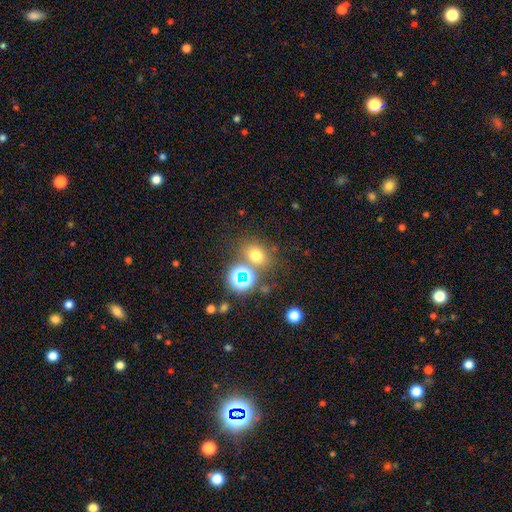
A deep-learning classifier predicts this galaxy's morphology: Smooth or featured? smooth (66%)
How rounded? round (63%)
Merging? none (69%)